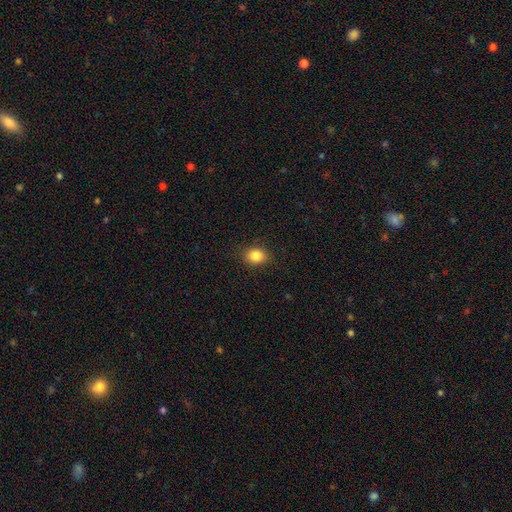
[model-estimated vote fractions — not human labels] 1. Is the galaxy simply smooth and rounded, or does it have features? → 85% smooth, 10% star or artifact, 5% featured or disk.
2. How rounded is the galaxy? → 50% in between, 49% round, 1% cigar-shaped.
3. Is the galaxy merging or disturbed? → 87% none, 9% minor disturbance, 3% major disturbance, 1% merger.